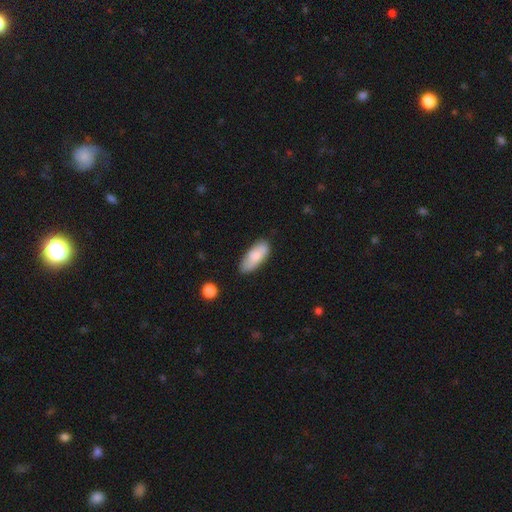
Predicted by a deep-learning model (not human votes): Smooth or featured? Predicted: smooth (p=0.77). How rounded? Predicted: in between (p=0.81). Merging? Predicted: none (p=0.74).